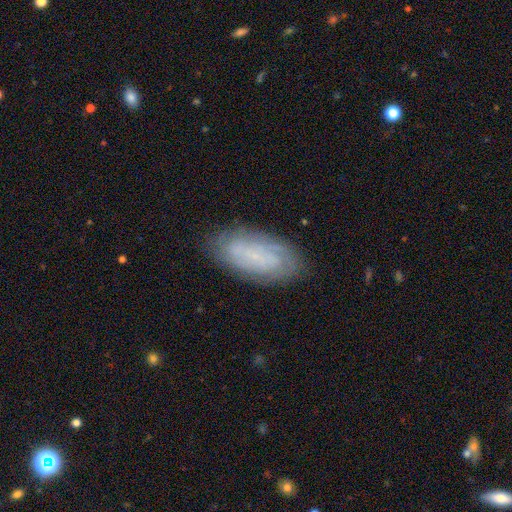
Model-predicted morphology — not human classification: type=featured or disk (55%); edge-on=no (92%); bar=no (57%); spiral arms=yes (80%); bulge=small (54%); merging=none (78%).